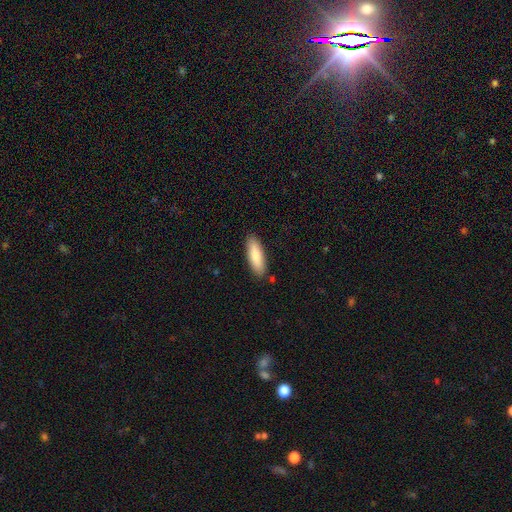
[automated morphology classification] This is clearly a smooth galaxy (81%). How rounded: possibly cigar-shaped (49%, tied with in between). Merging: clearly none (87%).